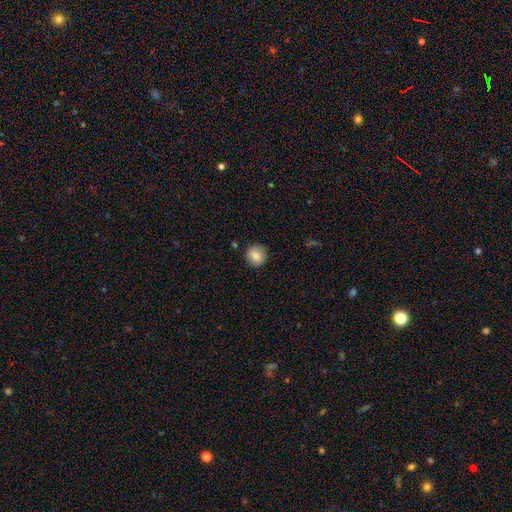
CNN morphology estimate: This appears to be a smooth galaxy with no disk features (81%) that is round (88%). Merging: none (87%).